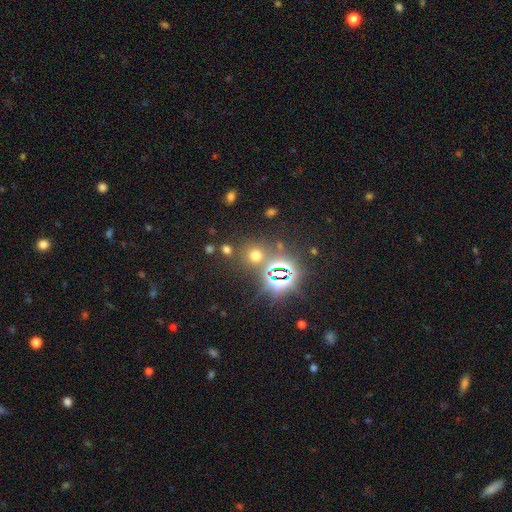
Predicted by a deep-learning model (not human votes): smooth_or_featured: smooth (p=0.50) [alt: star or artifact p=0.42]
merging: none (p=0.78) [alt: merger p=0.09]